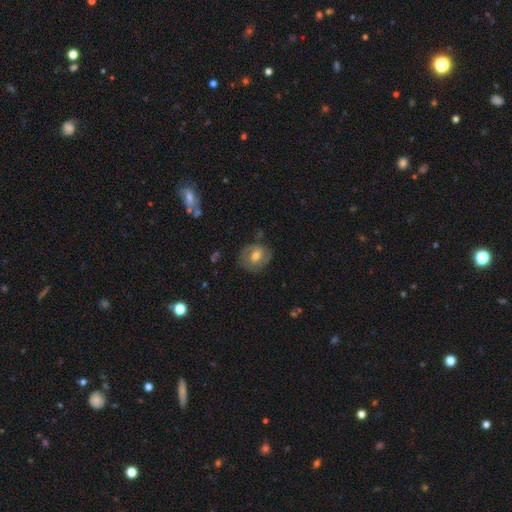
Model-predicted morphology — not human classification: A featured or disk galaxy (48%).

Vote fractions:
- Smooth or featured? featured or disk: 48% / smooth: 44% / star or artifact: 8%
- Merging? none: 69% / minor disturbance: 21% / major disturbance: 8% / merger: 2%